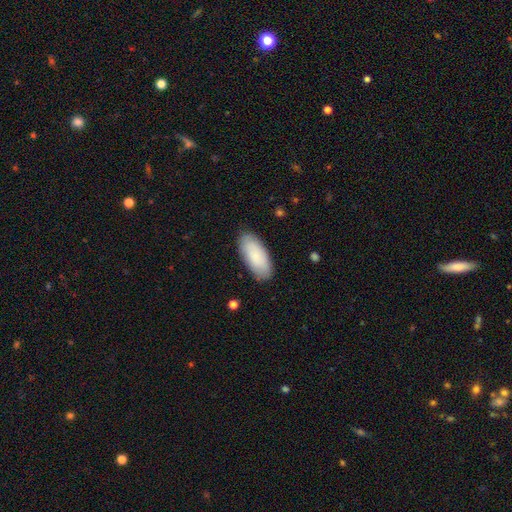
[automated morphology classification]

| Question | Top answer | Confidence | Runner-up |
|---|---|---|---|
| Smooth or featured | smooth | 85% | featured or disk (10%) |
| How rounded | in between | 88% | cigar-shaped (10%) |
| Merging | none | 86% | minor disturbance (11%) |